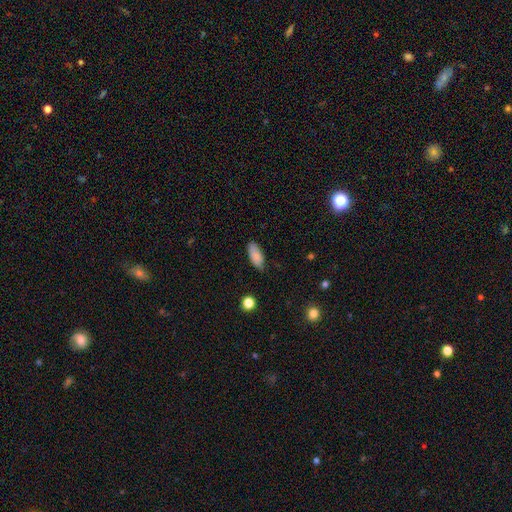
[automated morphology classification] Smooth or featured? Predicted: smooth (p=0.86). How rounded? Predicted: in between (p=0.81). Merging? Predicted: none (p=0.76).